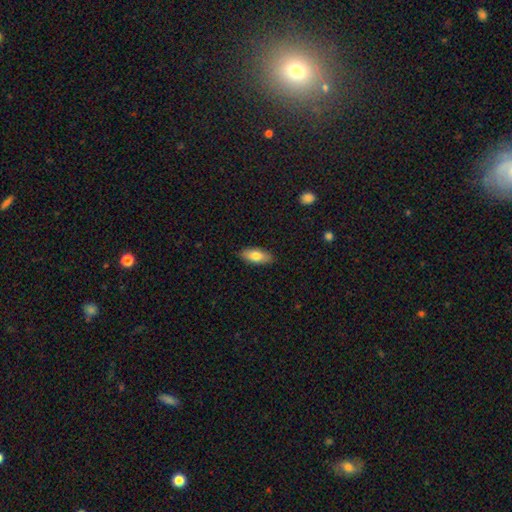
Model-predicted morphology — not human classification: Smooth or featured? smooth (79%)
How rounded? in between (82%)
Merging? none (88%)